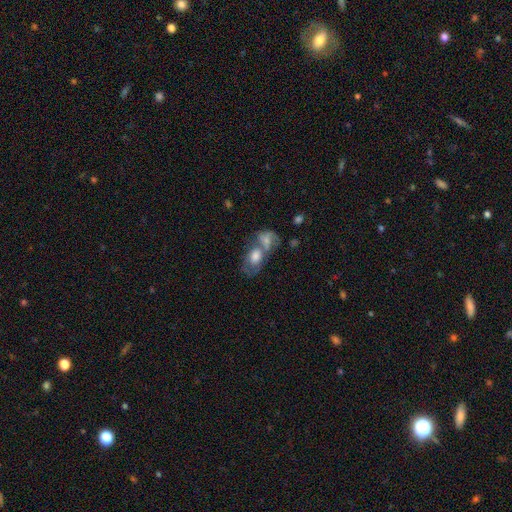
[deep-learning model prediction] Smooth or featured? Predicted: smooth (p=0.47). Merging? Predicted: merger (p=0.63).